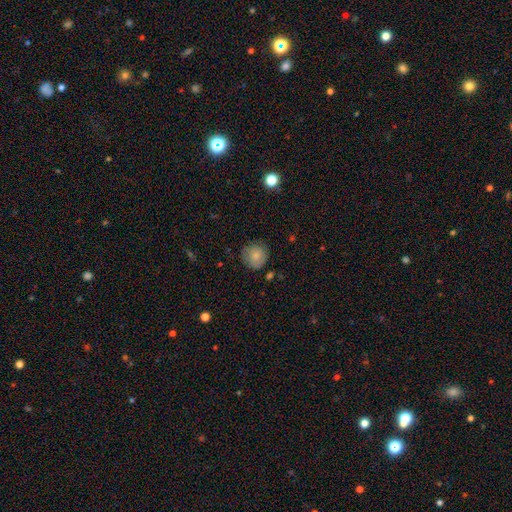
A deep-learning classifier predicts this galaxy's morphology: Q: Smooth or featured?
A: smooth (77%); runner-up: featured or disk (14%)
Q: How rounded?
A: round (91%); runner-up: in between (8%)
Q: Merging?
A: none (76%); runner-up: minor disturbance (18%)